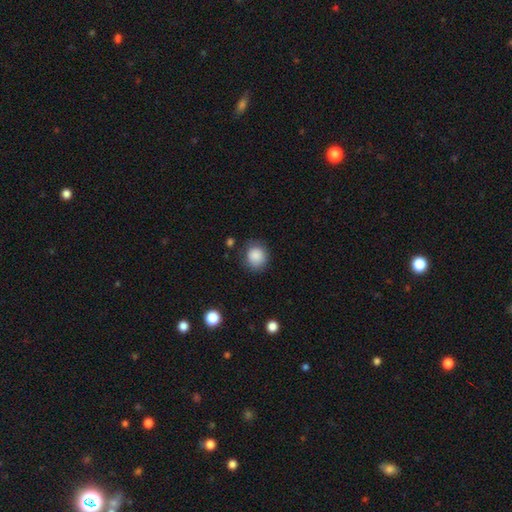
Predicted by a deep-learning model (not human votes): A smooth galaxy with no disk features (87%) that is round (79%). Merging: none (77%).